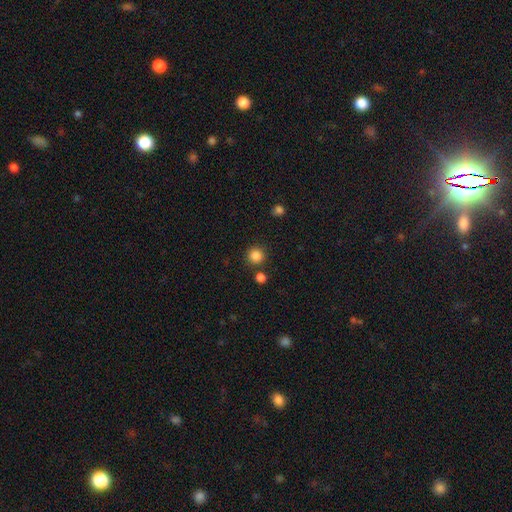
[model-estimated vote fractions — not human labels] smooth 85%, star or artifact 11%, featured or disk 3%. Down the decision tree: how rounded — round (94%); merging — none (85%).